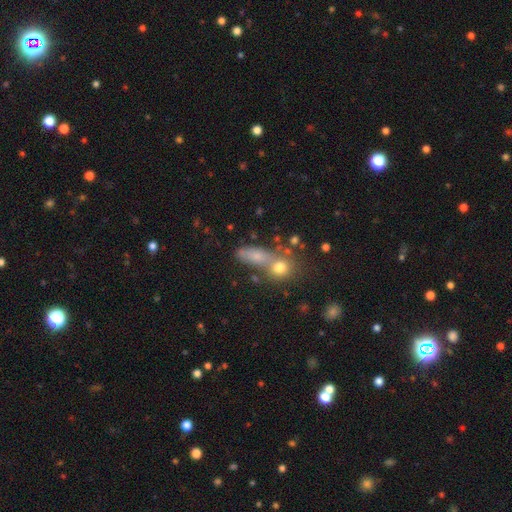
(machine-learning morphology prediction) smooth-or-featured: smooth: 71% | featured or disk: 15% | star or artifact: 14%
  how-rounded: in between: 59% | cigar-shaped: 23% | round: 18%
  merging: none: 42% | merger: 35% | minor disturbance: 14% | major disturbance: 8%